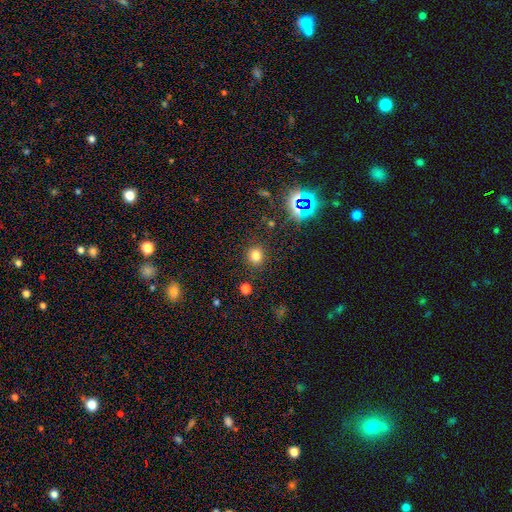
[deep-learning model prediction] Overall: smooth (75%). How rounded: round (87%). Merging: none (89%).